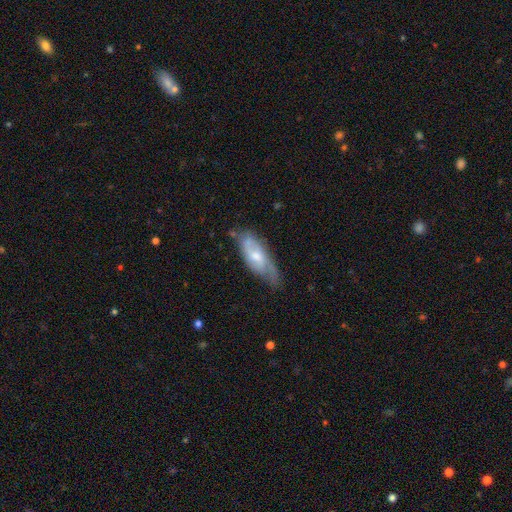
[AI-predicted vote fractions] Morphology: type=featured or disk (64%); edge-on=no (81%); bar=no (56%); spiral arms=yes (85%); bulge=moderate (53%); merging=none (63%).